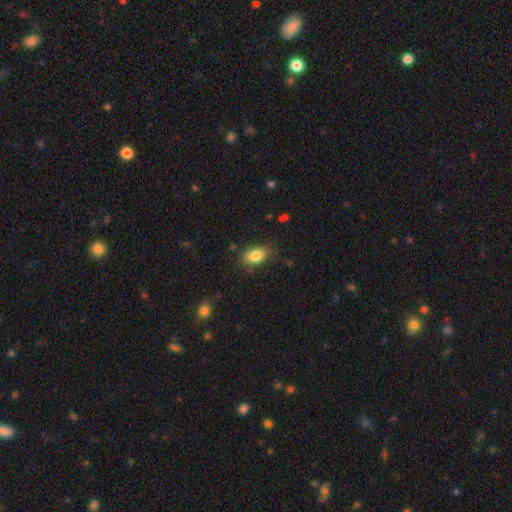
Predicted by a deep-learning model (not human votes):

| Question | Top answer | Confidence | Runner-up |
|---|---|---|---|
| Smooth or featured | smooth | 83% | featured or disk (8%) |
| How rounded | in between | 87% | round (12%) |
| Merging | none | 78% | minor disturbance (16%) |